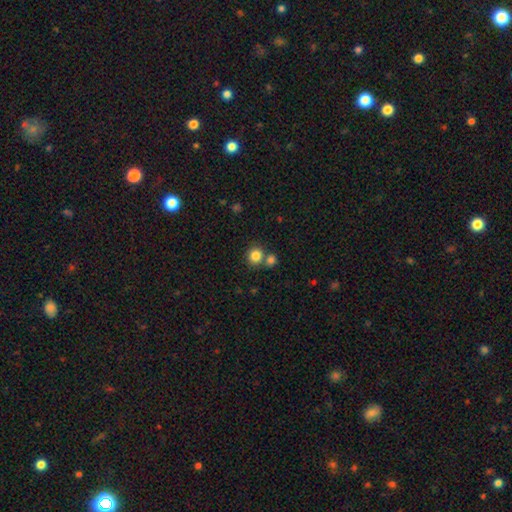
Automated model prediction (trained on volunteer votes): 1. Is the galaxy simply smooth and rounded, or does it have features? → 83% smooth, 11% star or artifact, 6% featured or disk.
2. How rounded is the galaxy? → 86% round, 13% in between, 1% cigar-shaped.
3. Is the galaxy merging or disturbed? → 62% none, 28% merger, 7% minor disturbance, 3% major disturbance.